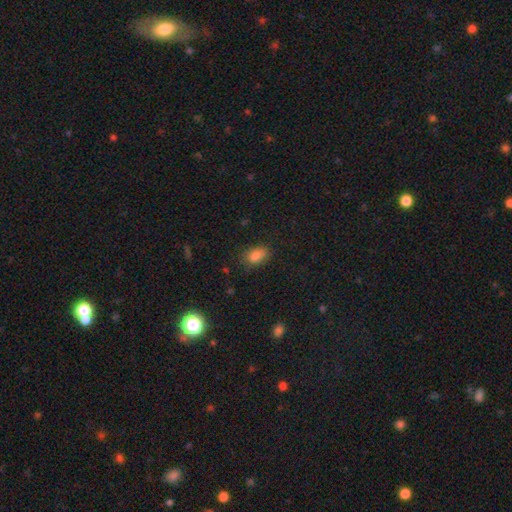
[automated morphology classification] type=smooth (82%); roundness=in between (85%); merging=none (72%).